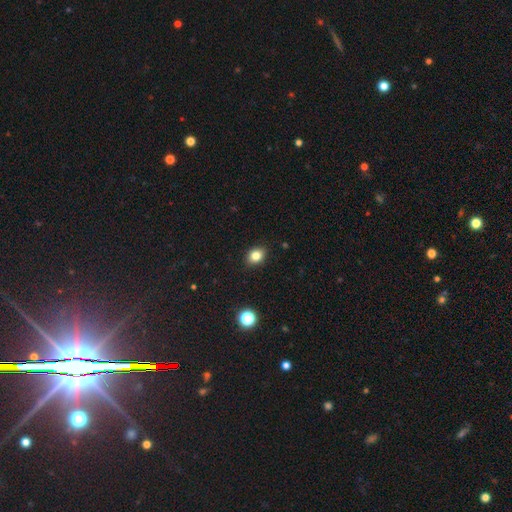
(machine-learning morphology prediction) This appears to be a smooth galaxy with no disk features (82%) that is in between round and cigar-shaped (60%). Merging: none (88%).